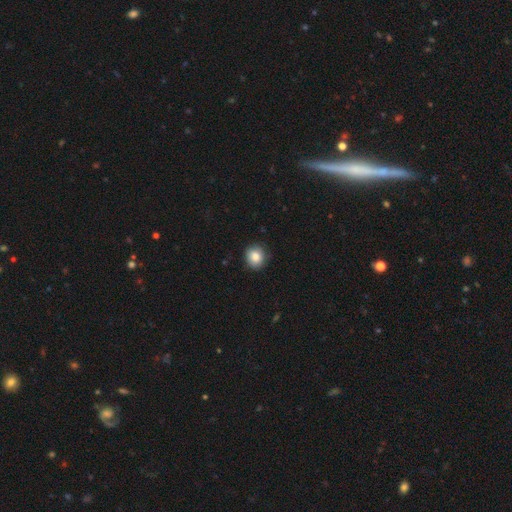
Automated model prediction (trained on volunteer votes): Smooth or featured?
  - smooth: 85% *
  - star or artifact: 9%
  - featured or disk: 7%
How rounded?
  - round: 78% *
  - in between: 21%
  - cigar-shaped: 1%
Merging?
  - none: 83% *
  - minor disturbance: 14%
  - major disturbance: 3%
  - merger: 1%